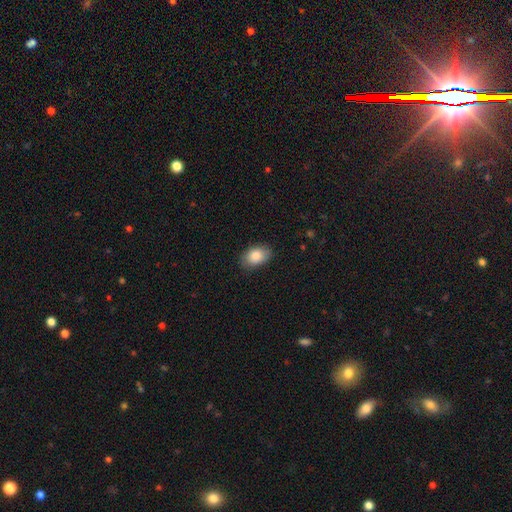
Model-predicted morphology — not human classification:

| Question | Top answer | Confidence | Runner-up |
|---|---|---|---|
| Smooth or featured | smooth | 86% | star or artifact (7%) |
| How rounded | in between | 86% | round (12%) |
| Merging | none | 83% | minor disturbance (14%) |